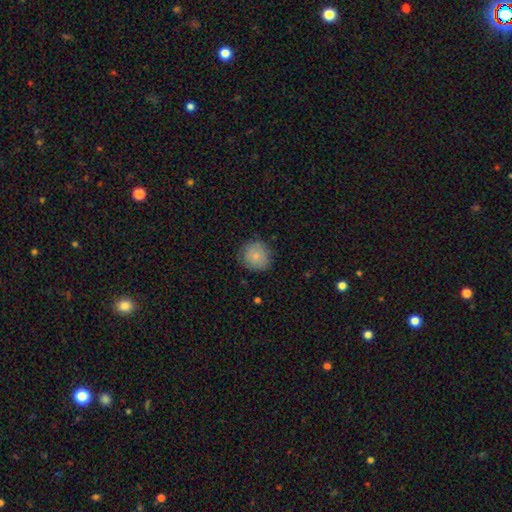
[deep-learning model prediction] A smooth galaxy with no disk features (82%) that is round (91%).

Vote fractions:
- Smooth or featured? smooth: 82% / featured or disk: 10% / star or artifact: 8%
- How rounded? round: 91% / in between: 8% / cigar-shaped: 1%
- Merging? none: 83% / minor disturbance: 13% / major disturbance: 3% / merger: 1%